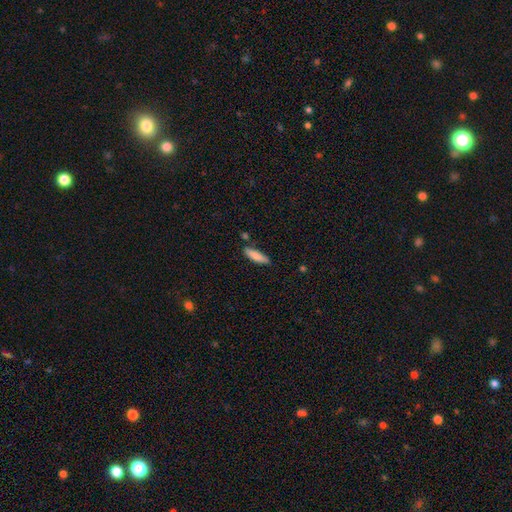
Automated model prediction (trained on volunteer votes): This is clearly a smooth galaxy (82%). How rounded: likely cigar-shaped (65%). Merging: clearly none (80%).